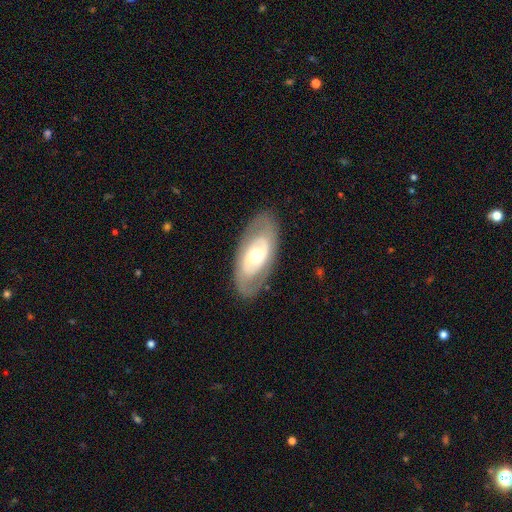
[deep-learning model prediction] smooth-or-featured: featured or disk: 68% | smooth: 27% | star or artifact: 5%
  disk-edge-on: no: 90% | yes: 10%
    bar: no: 66% | weak: 23% | strong: 11%
    has-spiral-arms: no: 52% | yes: 48%
    bulge-size: moderate: 65% | small: 24% | large: 9% | dominant: 1% | none: 1%
  merging: none: 82% | minor disturbance: 12% | major disturbance: 5% | merger: 1%